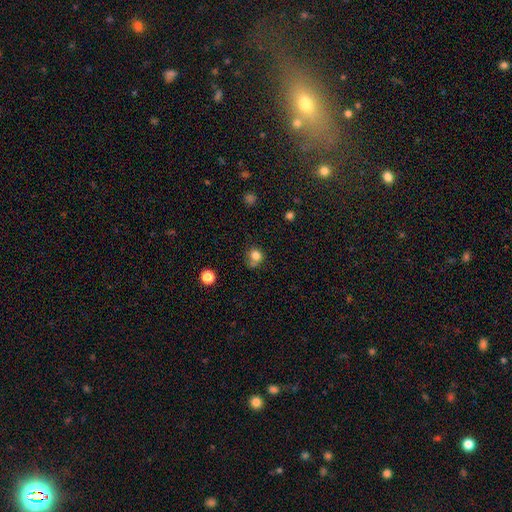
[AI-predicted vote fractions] The model was most divided on "merging": none: 56%, minor disturbance: 22%, merger: 14%, major disturbance: 8%. More confident: smooth or featured — smooth (80%); how rounded — round (80%).